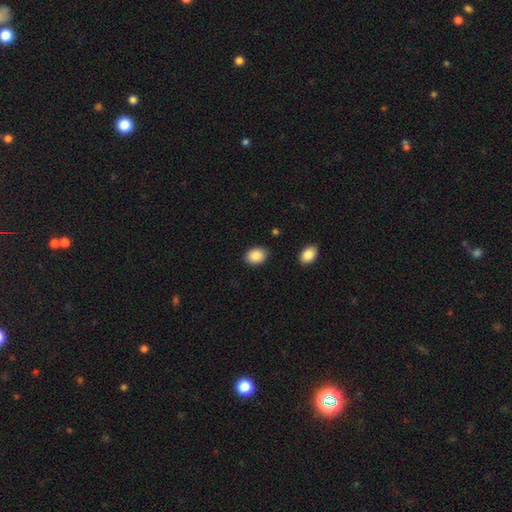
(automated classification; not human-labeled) smooth-or-featured: smooth: 88% | star or artifact: 7% | featured or disk: 5%
  how-rounded: in between: 67% | round: 32% | cigar-shaped: 1%
  merging: none: 86% | minor disturbance: 9% | major disturbance: 2% | merger: 2%